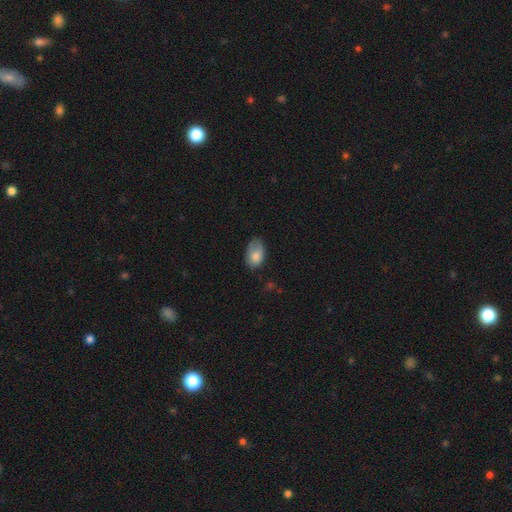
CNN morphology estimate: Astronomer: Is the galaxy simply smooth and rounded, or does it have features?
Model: smooth — 80%.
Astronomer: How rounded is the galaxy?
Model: in between — 89%.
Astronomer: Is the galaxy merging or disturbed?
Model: none — 52% (runner-up: minor disturbance, 35%).